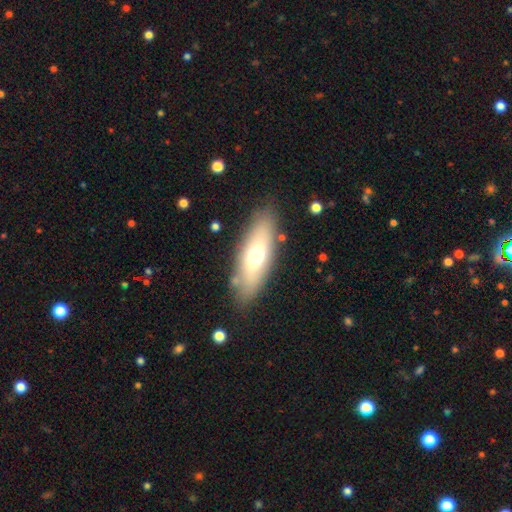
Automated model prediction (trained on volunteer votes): Overall: smooth (60%; featured or disk 33%). How rounded: in between (64%; cigar-shaped 34%). Merging: none (81%).